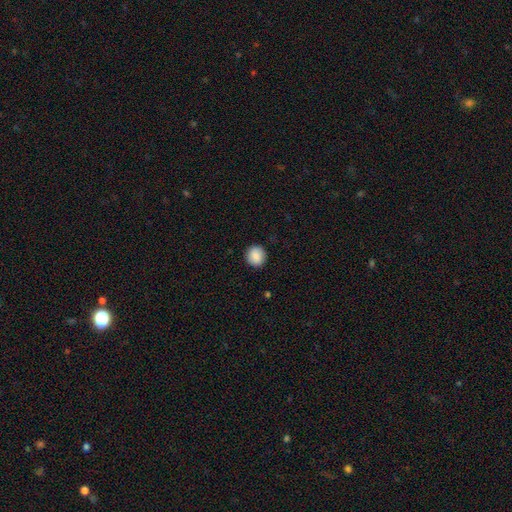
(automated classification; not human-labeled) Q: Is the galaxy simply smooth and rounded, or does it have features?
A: smooth — 89%.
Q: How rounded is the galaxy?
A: round — 88%.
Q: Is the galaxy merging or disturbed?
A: none — 91%.